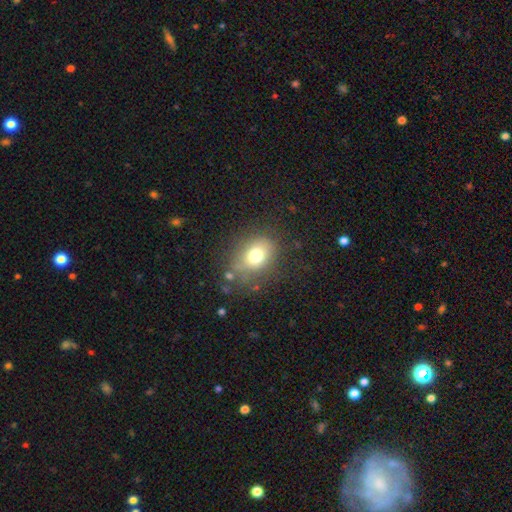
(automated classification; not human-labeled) Smooth or featured? Predicted: smooth (p=0.73). How rounded? Predicted: in between (p=0.52). Merging? Predicted: none (p=0.69).